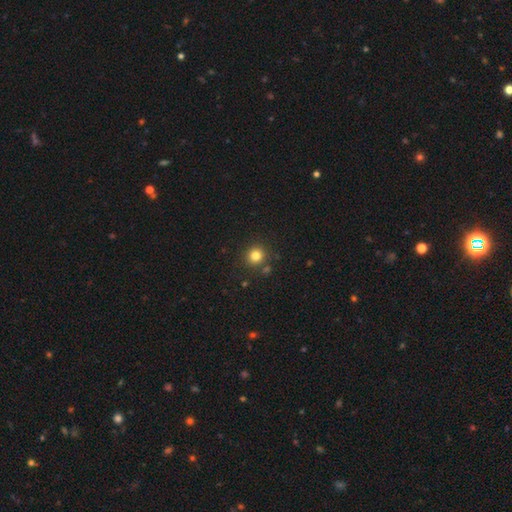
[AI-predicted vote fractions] Overall: smooth (81%). How rounded: round (91%). Merging: none (84%).